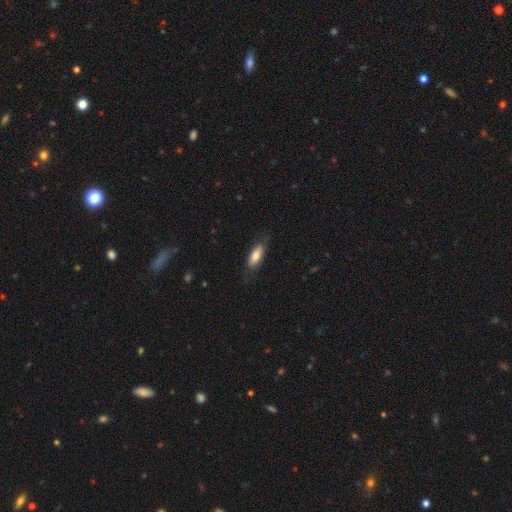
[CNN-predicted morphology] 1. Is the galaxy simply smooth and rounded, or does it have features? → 76% smooth, 17% featured or disk, 6% star or artifact.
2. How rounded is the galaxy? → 66% in between, 31% cigar-shaped, 2% round.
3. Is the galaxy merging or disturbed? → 80% none, 16% minor disturbance, 4% major disturbance, 1% merger.